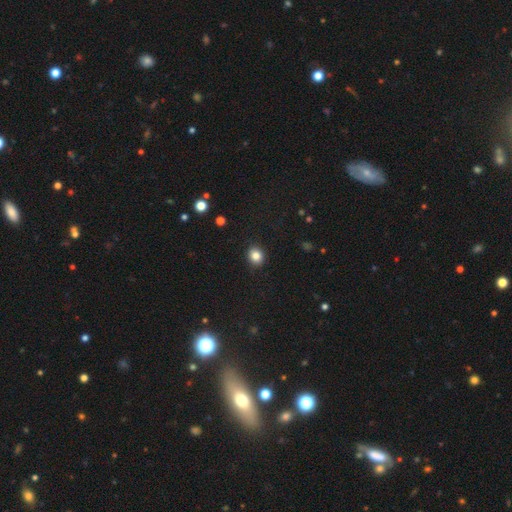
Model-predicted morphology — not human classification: Smooth or featured? Predicted: smooth (p=0.85). How rounded? Predicted: round (p=0.67). Merging? Predicted: none (p=0.90).